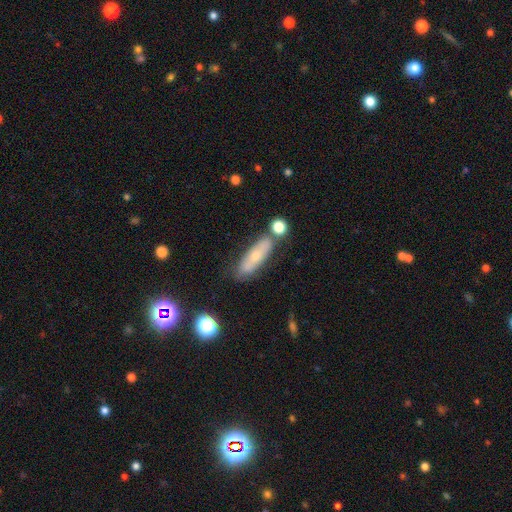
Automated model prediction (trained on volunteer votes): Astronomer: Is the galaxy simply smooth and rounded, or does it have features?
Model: smooth — 55% (runner-up: featured or disk, 37%).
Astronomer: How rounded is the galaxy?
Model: cigar-shaped — 55% (runner-up: in between, 42%).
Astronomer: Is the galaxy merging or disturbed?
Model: none — 66%.